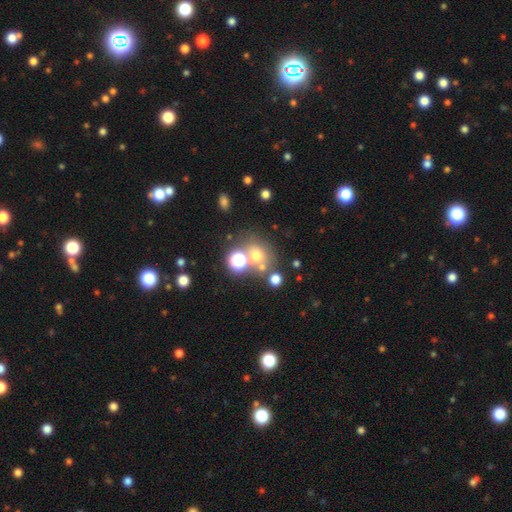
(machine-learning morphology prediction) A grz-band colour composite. It shows a smooth galaxy with no disk features (58%) that is round (75%). Merging: none (55%).